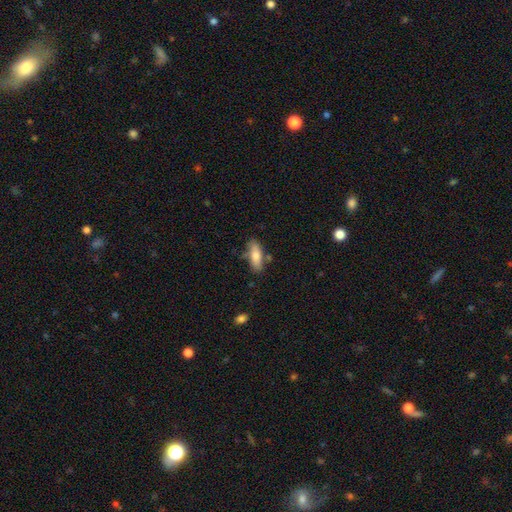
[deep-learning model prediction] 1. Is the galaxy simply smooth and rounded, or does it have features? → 75% smooth, 18% featured or disk, 6% star or artifact.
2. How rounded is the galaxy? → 62% in between, 35% cigar-shaped, 2% round.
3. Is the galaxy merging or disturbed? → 69% none, 19% minor disturbance, 7% merger, 4% major disturbance.